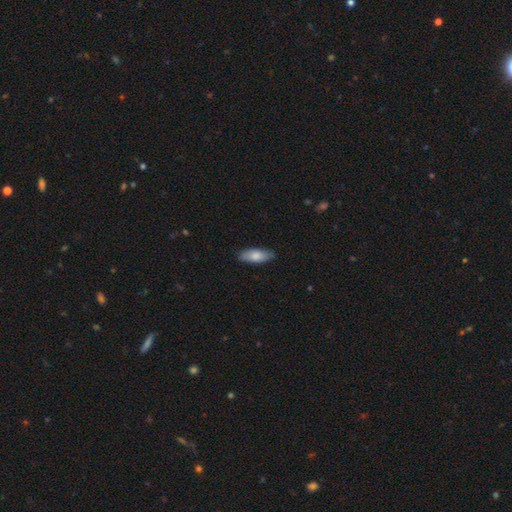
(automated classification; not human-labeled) Smooth or featured? Predicted: smooth (p=0.79). How rounded? Predicted: in between (p=0.75). Merging? Predicted: none (p=0.85).